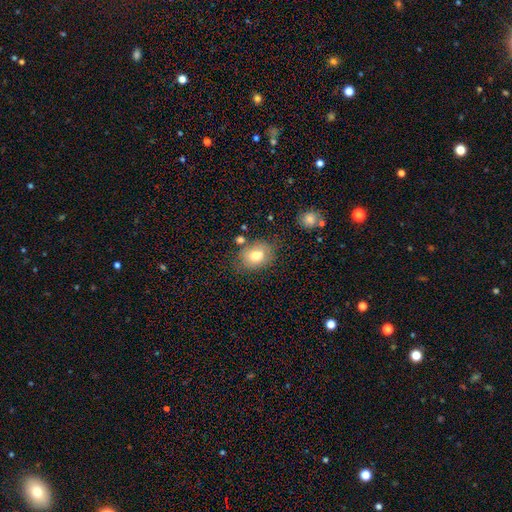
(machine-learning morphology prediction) Smooth or featured: smooth — 74% (featured or disk — 16%)
How rounded: in between — 56% (round — 43%)
Merging: none — 67% (minor disturbance — 19%)